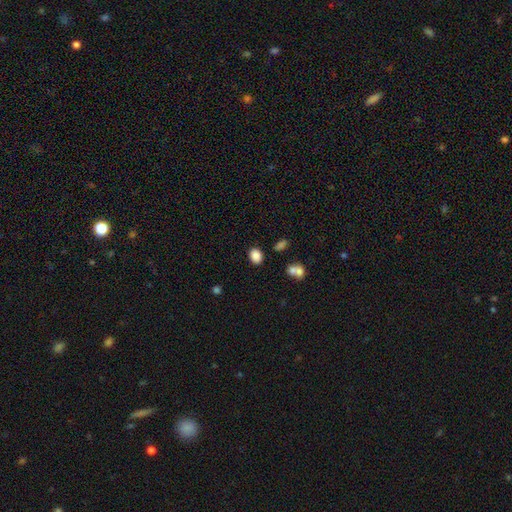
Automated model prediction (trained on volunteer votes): Q: Smooth or featured?
A: smooth (86%); runner-up: star or artifact (10%)
Q: How rounded?
A: in between (59%); runner-up: round (40%)
Q: Merging?
A: none (81%); runner-up: minor disturbance (10%)